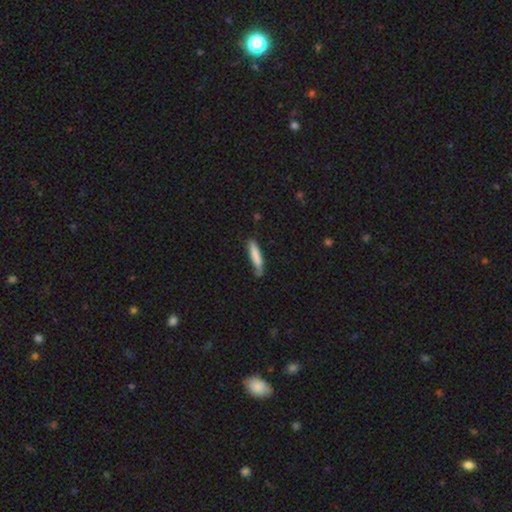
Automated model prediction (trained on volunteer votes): Smooth or featured? smooth (81%)
How rounded? cigar-shaped (86%)
Merging? none (68%)